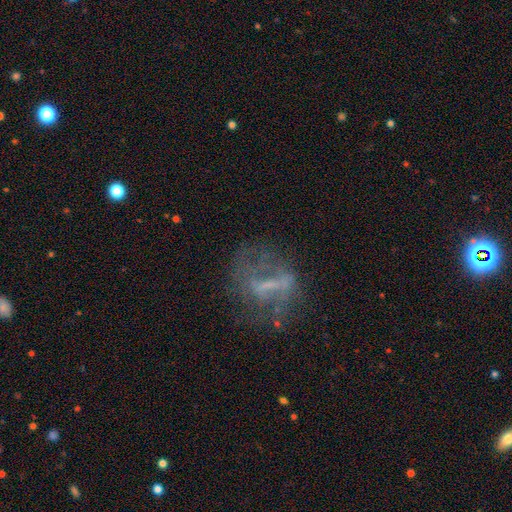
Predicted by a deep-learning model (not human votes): smooth_or_featured: featured or disk (p=0.54) [alt: star or artifact p=0.23]
disk_edge_on: no (p=0.86) [alt: yes p=0.14]
merging: none (p=0.57) [alt: major disturbance p=0.22]